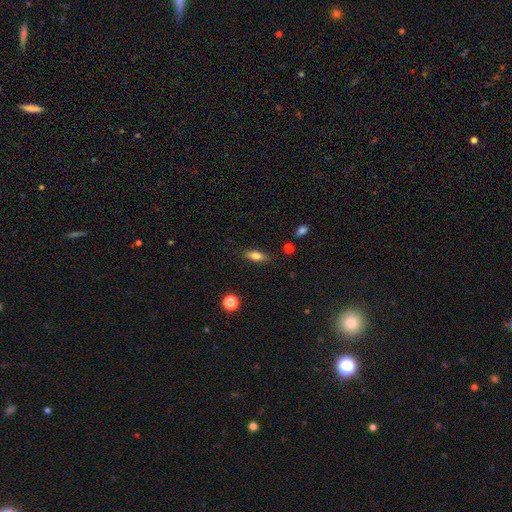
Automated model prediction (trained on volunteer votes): Smooth or featured: smooth — 80% (featured or disk — 12%)
How rounded: in between — 76% (cigar-shaped — 20%)
Merging: none — 84% (minor disturbance — 11%)